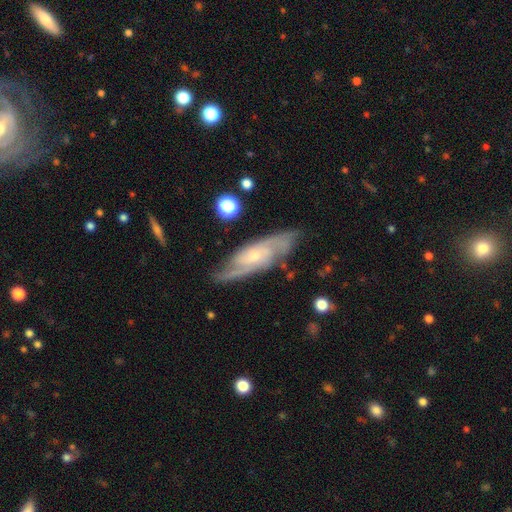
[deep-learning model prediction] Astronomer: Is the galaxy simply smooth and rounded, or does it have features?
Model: featured or disk — 83%.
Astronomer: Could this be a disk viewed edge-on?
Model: no — 83%.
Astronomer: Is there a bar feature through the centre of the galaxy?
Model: no — 62%.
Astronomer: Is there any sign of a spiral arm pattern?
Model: yes — 96%.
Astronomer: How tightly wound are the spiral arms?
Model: medium — 44% (runner-up: tight, 43%).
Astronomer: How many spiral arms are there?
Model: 2 — 52%.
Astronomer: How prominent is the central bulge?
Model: small — 64%.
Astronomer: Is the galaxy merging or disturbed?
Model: none — 77%.